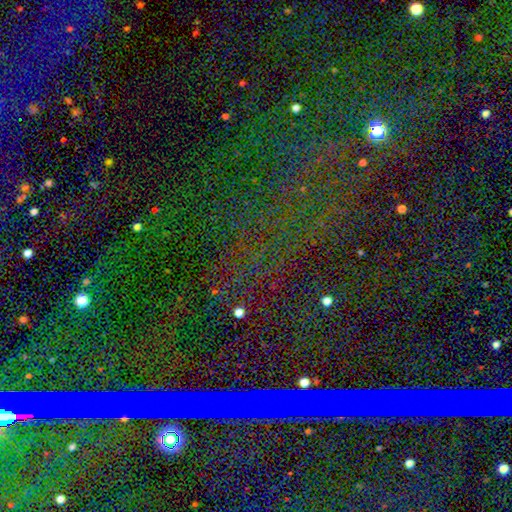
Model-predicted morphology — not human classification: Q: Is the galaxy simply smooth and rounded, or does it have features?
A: star or artifact — 84%.